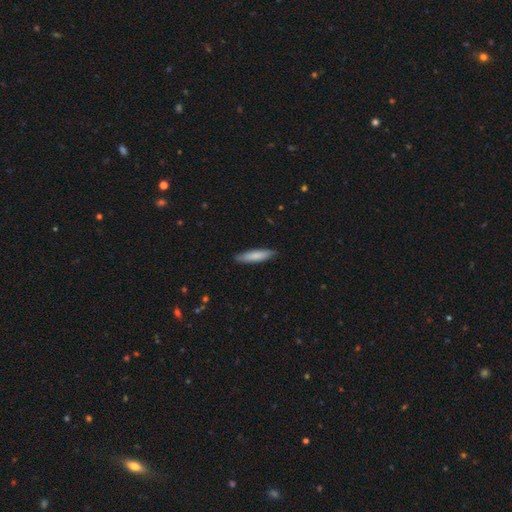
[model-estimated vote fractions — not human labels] Smooth or featured: smooth — 80% (featured or disk — 15%)
How rounded: cigar-shaped — 78% (in between — 21%)
Merging: none — 87% (minor disturbance — 11%)